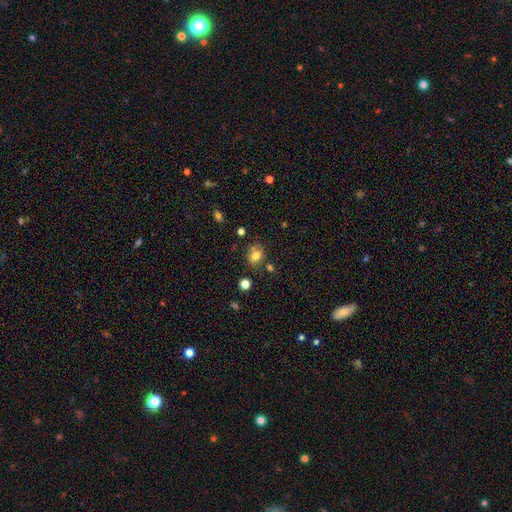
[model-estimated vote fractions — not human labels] Smooth or featured: smooth — 76% (star or artifact — 13%)
How rounded: in between — 51% (round — 47%)
Merging: none — 69% (minor disturbance — 16%)